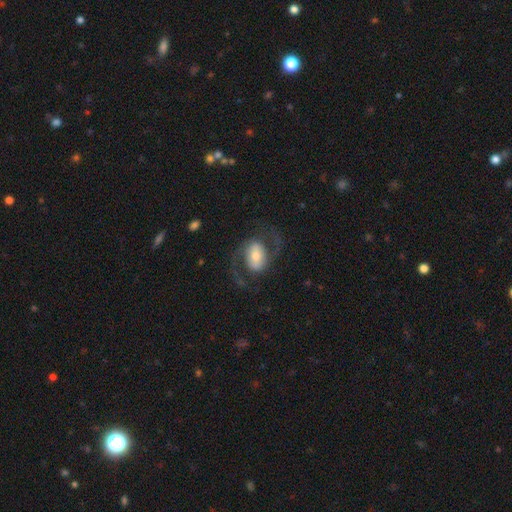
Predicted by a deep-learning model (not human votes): This is likely a featured or disk galaxy (73%). It is clearly not viewed edge-on (96%). Bar: marginally weak (36%). Spiral arm pattern: clearly yes (89%). Spiral arm count: clearly 2 (91%). Spiral winding: possibly medium (48%). Central bulge: possibly moderate (50%). Merging: likely none (68%).